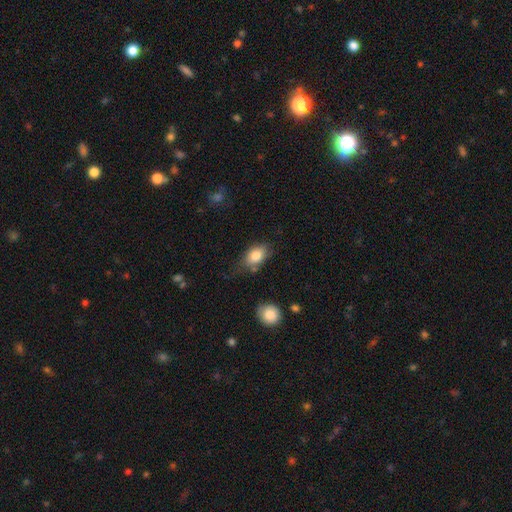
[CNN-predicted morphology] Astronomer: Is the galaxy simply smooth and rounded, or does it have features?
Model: smooth — 82%.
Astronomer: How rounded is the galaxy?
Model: in between — 84%.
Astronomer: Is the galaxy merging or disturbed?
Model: none — 64%.